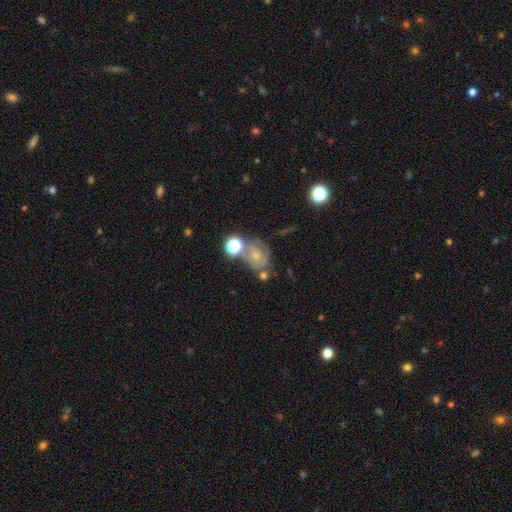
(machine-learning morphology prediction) A featured or disk galaxy (41%).

Vote fractions:
- Smooth or featured? featured or disk: 41% / smooth: 40% / star or artifact: 19%
- Merging? none: 41% / merger: 22% / minor disturbance: 21% / major disturbance: 17%